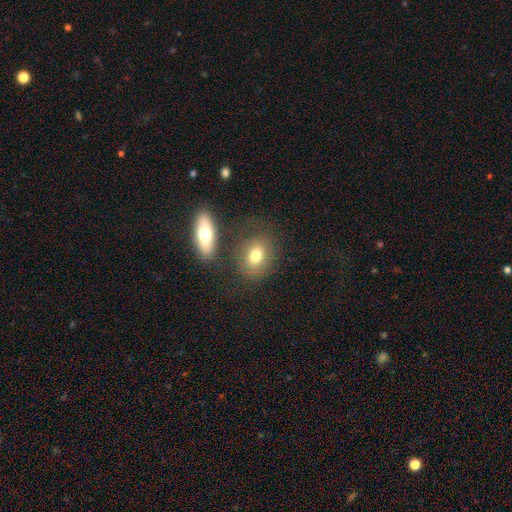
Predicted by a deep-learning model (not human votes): Smooth or featured? Predicted: smooth (p=0.75). How rounded? Predicted: in between (p=0.61). Merging? Predicted: none (p=0.69).